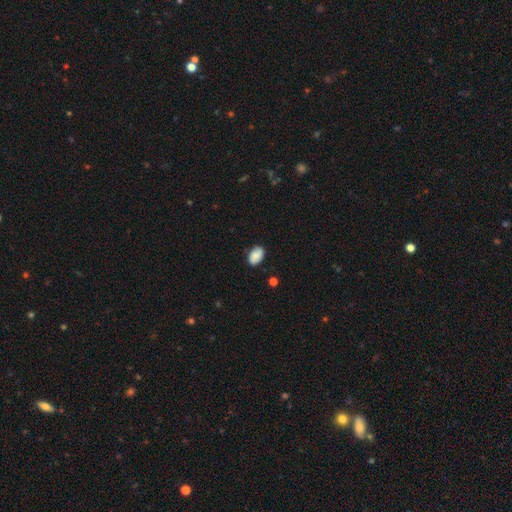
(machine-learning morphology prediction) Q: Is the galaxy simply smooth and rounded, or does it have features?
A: smooth — 83%.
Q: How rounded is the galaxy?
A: in between — 88%.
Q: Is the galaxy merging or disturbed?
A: none — 80%.